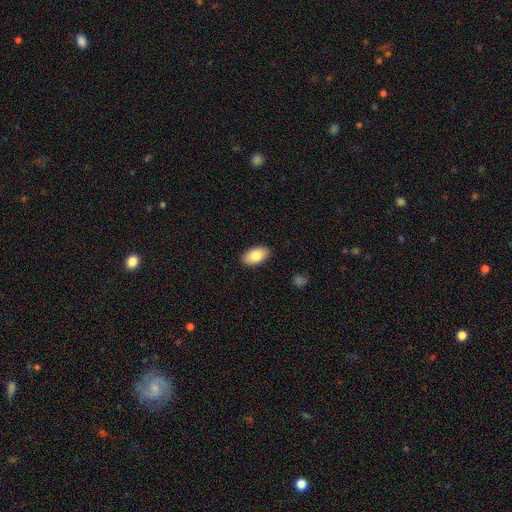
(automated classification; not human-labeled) smooth_or_featured: smooth (p=0.82) [alt: featured or disk p=0.11]
how_rounded: in between (p=0.94) [alt: round p=0.04]
merging: none (p=0.88) [alt: minor disturbance p=0.09]